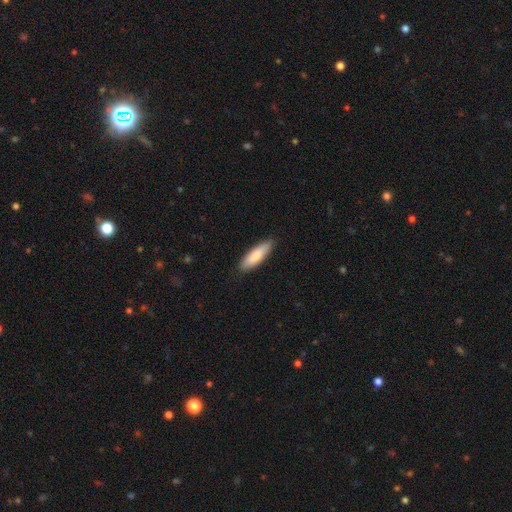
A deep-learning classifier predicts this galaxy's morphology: The model was most divided on "how rounded": cigar-shaped: 51%, in between: 48%, round: 1%. More confident: merging — none (87%); smooth or featured — smooth (85%).